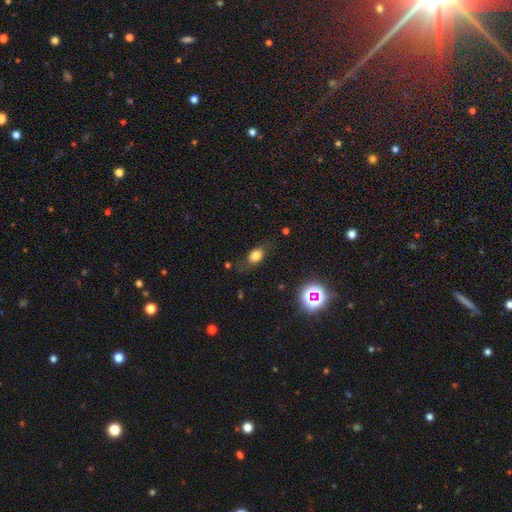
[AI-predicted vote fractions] Smooth or featured: smooth — 72% (featured or disk — 15%)
How rounded: in between — 75% (round — 20%)
Merging: none — 68% (minor disturbance — 21%)